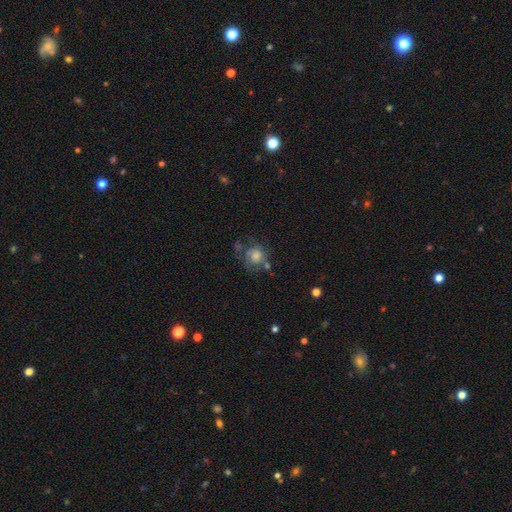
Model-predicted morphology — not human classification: A smooth galaxy with no disk features (52%) that is round (76%). Merging: none (42%).